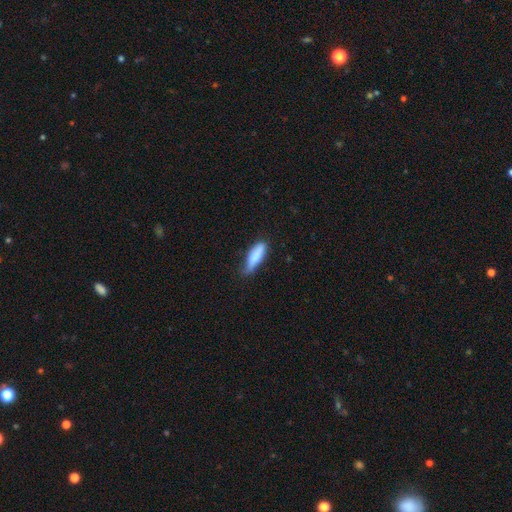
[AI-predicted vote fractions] Smooth or featured? Predicted: smooth (p=0.82). How rounded? Predicted: cigar-shaped (p=0.57). Merging? Predicted: none (p=0.54).